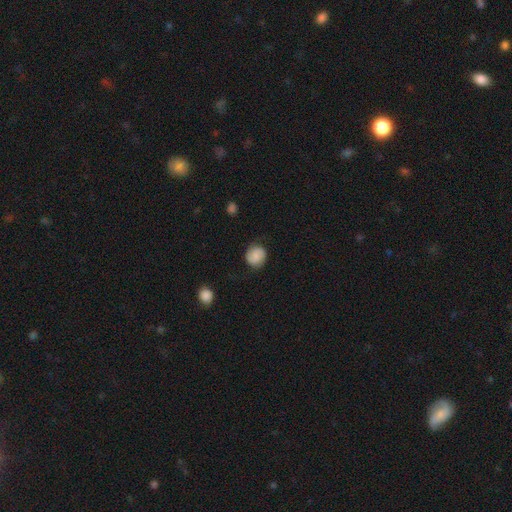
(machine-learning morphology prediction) Smooth or featured?
  - smooth: 66% *
  - featured or disk: 26%
  - star or artifact: 9%
How rounded?
  - round: 82% *
  - in between: 17%
  - cigar-shaped: 1%
Merging?
  - none: 79% *
  - minor disturbance: 15%
  - major disturbance: 4%
  - merger: 1%